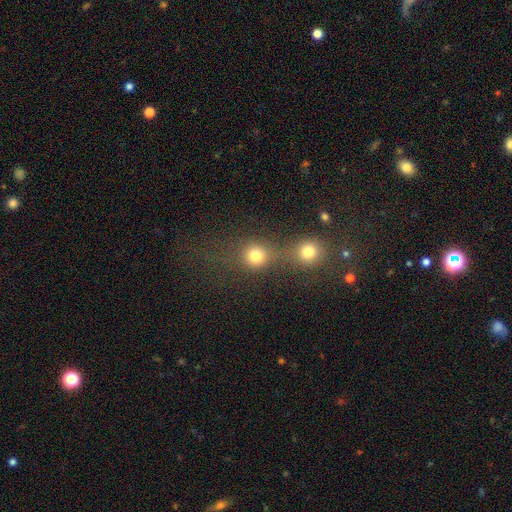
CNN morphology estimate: smooth_or_featured: smooth (p=0.79) [alt: star or artifact p=0.14]
how_rounded: round (p=0.88) [alt: in between p=0.10]
merging: merger (p=0.48) [alt: none p=0.41]